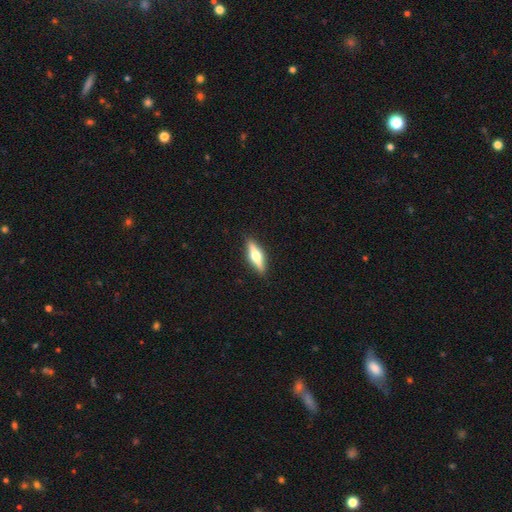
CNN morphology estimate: A featured or disk galaxy (60%) viewed edge-on (95%) with a rounded central bulge (95%).

Vote fractions:
- Smooth or featured? featured or disk: 60% / smooth: 35% / star or artifact: 6%
- Edge-on disk? yes: 95% / no: 5%
- Edge-on bulge? rounded: 95% / boxy: 3% / none: 2%
- Merging? none: 90% / minor disturbance: 7% / major disturbance: 2% / merger: 1%